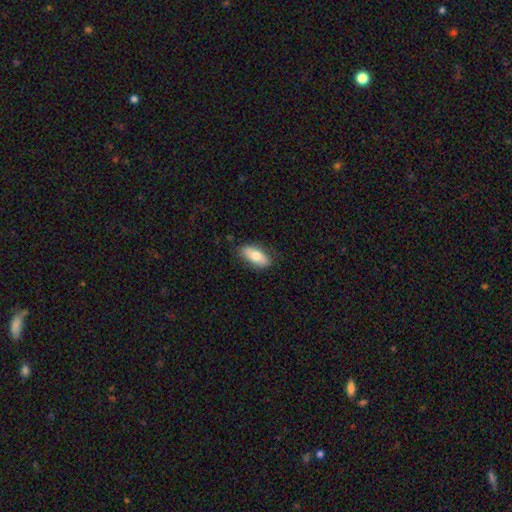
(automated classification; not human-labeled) A smooth galaxy with no disk features (70%) that is in between round and cigar-shaped (84%). Merging: none (81%).